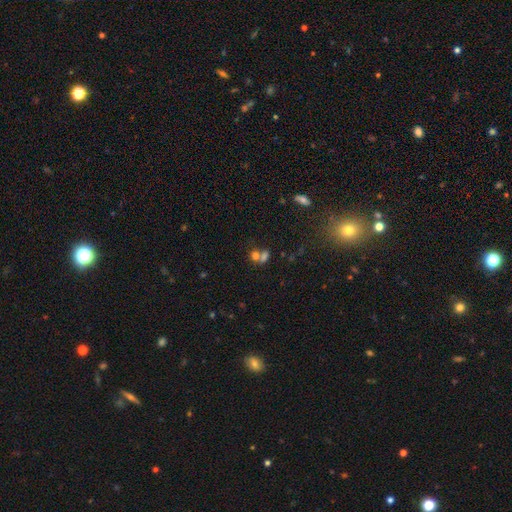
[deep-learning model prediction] Smooth or featured? smooth (68%)
How rounded? round (58%)
Merging? merger (55%)